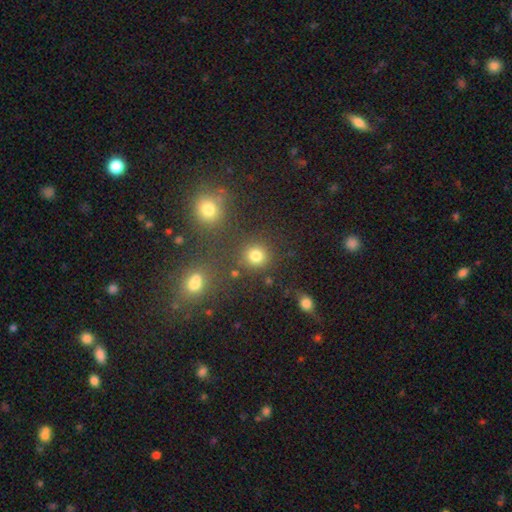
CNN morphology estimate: Q: Smooth or featured?
A: smooth (80%); runner-up: star or artifact (15%)
Q: How rounded?
A: round (88%); runner-up: in between (11%)
Q: Merging?
A: none (81%); runner-up: minor disturbance (8%)